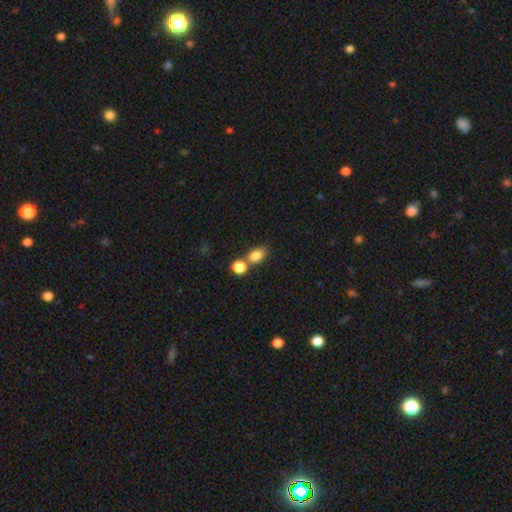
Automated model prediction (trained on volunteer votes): Smooth or featured: smooth — 82% (star or artifact — 11%)
How rounded: in between — 76% (round — 22%)
Merging: none — 53% (merger — 33%)